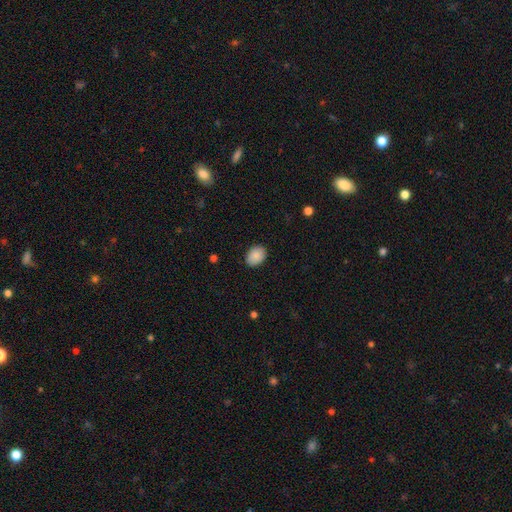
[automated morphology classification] Smooth or featured?
  - smooth: 89% *
  - star or artifact: 7%
  - featured or disk: 4%
How rounded?
  - in between: 66% *
  - round: 33%
  - cigar-shaped: 1%
Merging?
  - none: 84% *
  - minor disturbance: 12%
  - major disturbance: 2%
  - merger: 1%